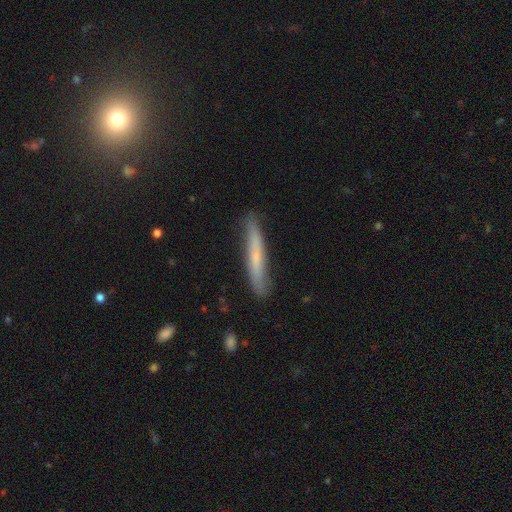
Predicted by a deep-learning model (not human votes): Smooth or featured: smooth — 56% (featured or disk — 37%)
How rounded: cigar-shaped — 95% (in between — 4%)
Merging: none — 84% (minor disturbance — 13%)